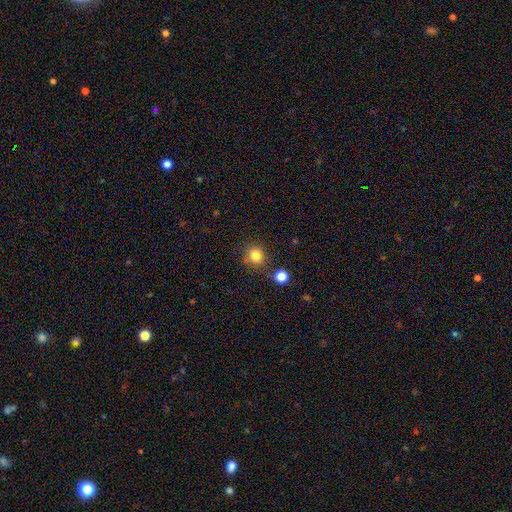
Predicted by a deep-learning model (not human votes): Smooth or featured?
  - smooth: 82% *
  - star or artifact: 12%
  - featured or disk: 5%
How rounded?
  - round: 90% *
  - in between: 9%
  - cigar-shaped: 1%
Merging?
  - none: 79% *
  - minor disturbance: 10%
  - merger: 7%
  - major disturbance: 3%